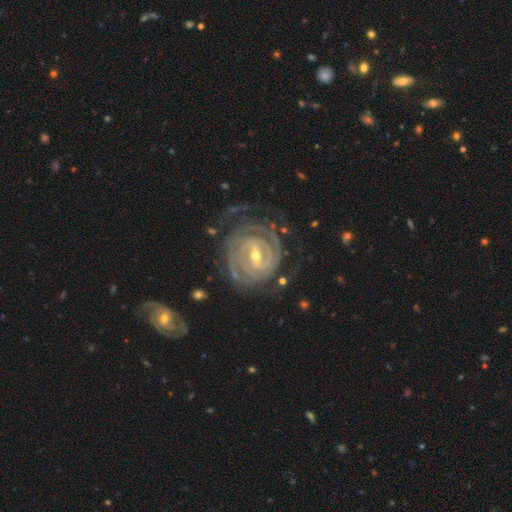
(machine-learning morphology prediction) Overall: featured or disk (92%). Edge-on disk: no (97%). Bar: strong (44%; weak 43%). Spiral arms: yes (98%). Spiral arm count: 2 (37%; 3 20%). Spiral winding: tight (84%). Bulge size: small (54%; moderate 43%). Merging: none (70%).